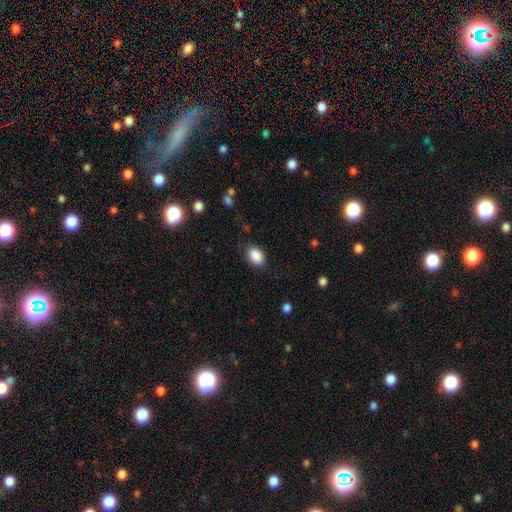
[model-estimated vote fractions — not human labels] smooth_or_featured: smooth (p=0.89) [alt: star or artifact p=0.08]
how_rounded: in between (p=0.82) [alt: round p=0.17]
merging: none (p=0.81) [alt: minor disturbance p=0.14]